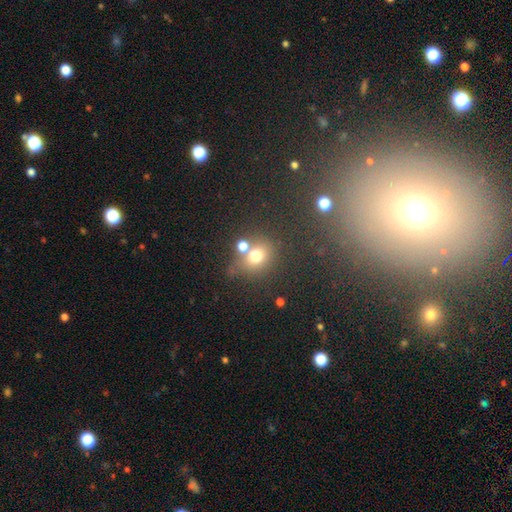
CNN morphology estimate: This appears to be a smooth galaxy with no disk features (70%) that is round (67%). Merging: none (51%).